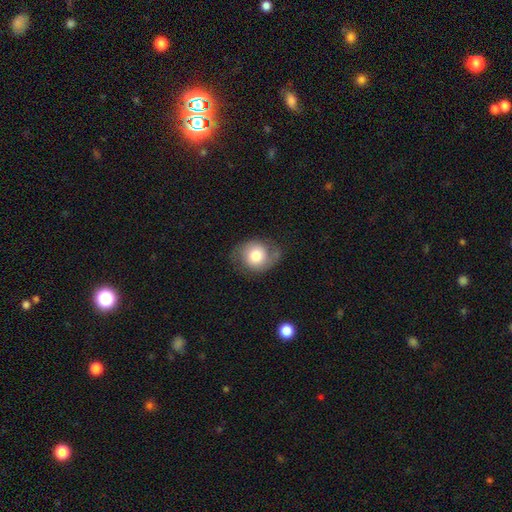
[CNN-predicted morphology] This is possibly a smooth galaxy (50%). Merging: likely none (65%).